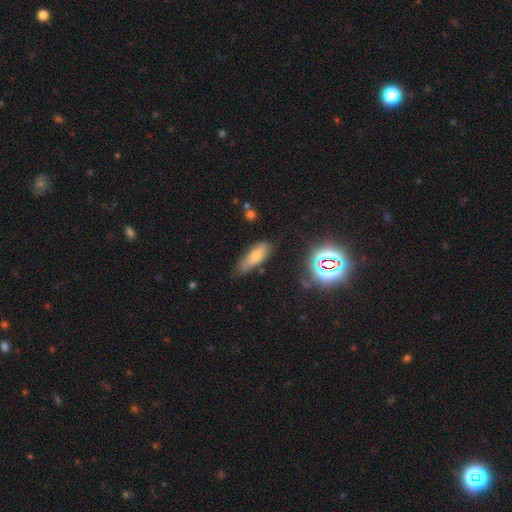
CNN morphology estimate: Smooth or featured? smooth (69%)
How rounded? in between (68%)
Merging? none (61%)